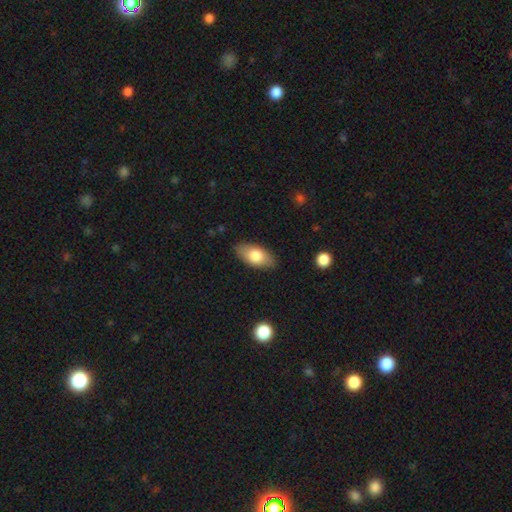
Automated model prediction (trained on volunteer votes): Smooth or featured? Predicted: smooth (p=0.75). How rounded? Predicted: in between (p=0.91). Merging? Predicted: none (p=0.83).